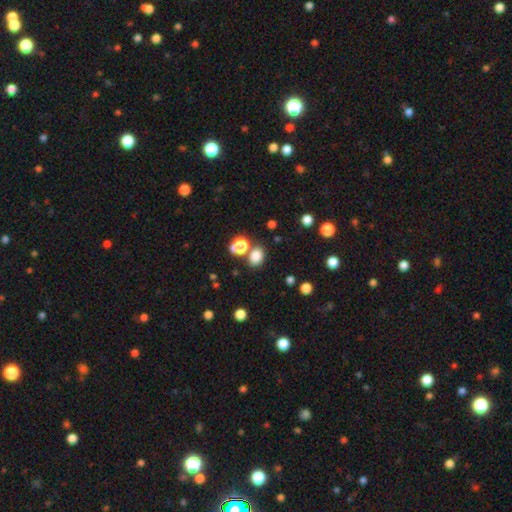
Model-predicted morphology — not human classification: A smooth galaxy with no disk features (80%) that is round (50%). Merging: none (71%).